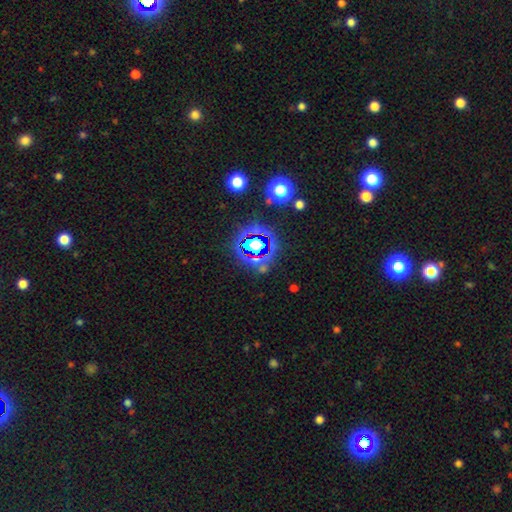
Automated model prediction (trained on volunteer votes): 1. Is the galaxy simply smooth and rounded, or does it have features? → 65% star or artifact, 23% smooth, 12% featured or disk.